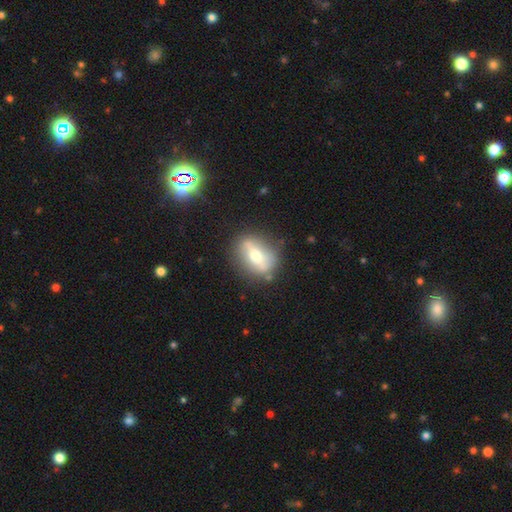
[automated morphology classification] Smooth or featured? Predicted: featured or disk (p=0.50). Edge-on disk? Predicted: no (p=0.59). Merging? Predicted: none (p=0.77).